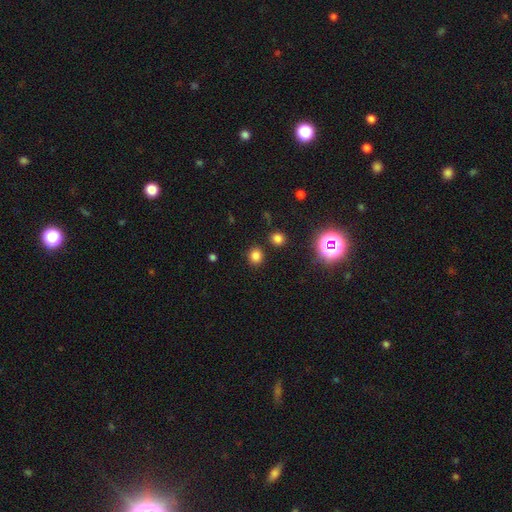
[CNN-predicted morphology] Overall: smooth (78%). How rounded: round (75%). Merging: none (85%).